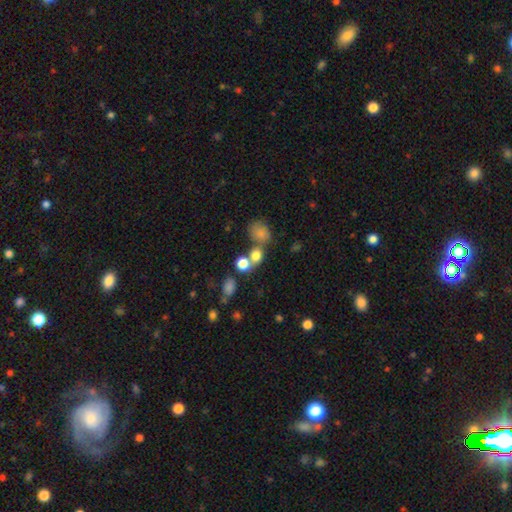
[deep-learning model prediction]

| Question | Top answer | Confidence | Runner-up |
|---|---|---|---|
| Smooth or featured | smooth | 75% | star or artifact (16%) |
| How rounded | round | 71% | in between (27%) |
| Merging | none | 46% | merger (39%) |